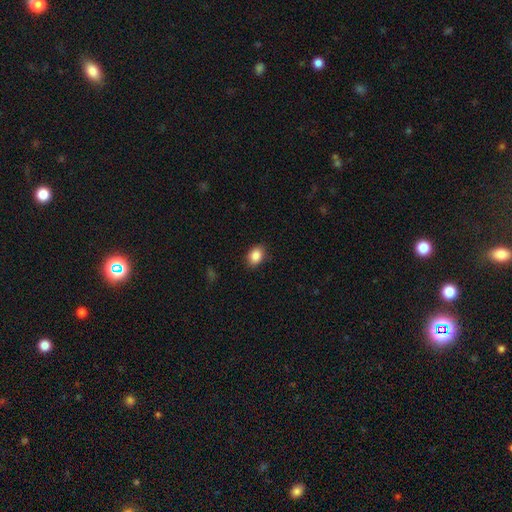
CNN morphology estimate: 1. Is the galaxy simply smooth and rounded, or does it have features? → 88% smooth, 8% star or artifact, 4% featured or disk.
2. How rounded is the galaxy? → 74% in between, 25% round, 1% cigar-shaped.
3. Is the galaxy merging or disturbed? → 87% none, 9% minor disturbance, 2% major disturbance, 1% merger.